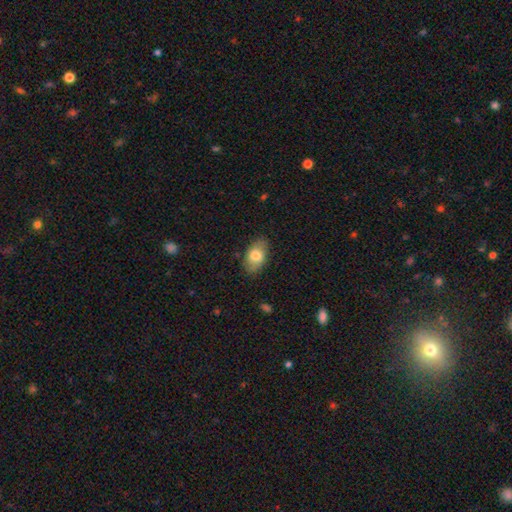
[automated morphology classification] A smooth galaxy with no disk features (76%) that is in between round and cigar-shaped (90%).

Vote fractions:
- Smooth or featured? smooth: 76% / featured or disk: 17% / star or artifact: 7%
- How rounded? in between: 90% / round: 8% / cigar-shaped: 2%
- Merging? none: 80% / minor disturbance: 15% / major disturbance: 3% / merger: 1%